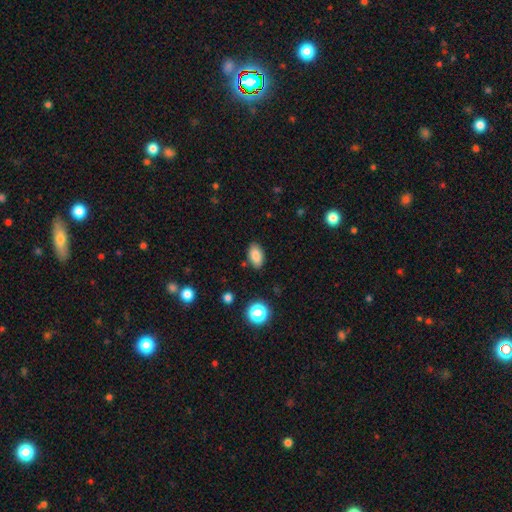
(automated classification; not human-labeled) The model was most divided on "merging": none: 86%, minor disturbance: 10%, major disturbance: 3%, merger: 2%. More confident: how rounded — in between (91%); smooth or featured — smooth (85%).